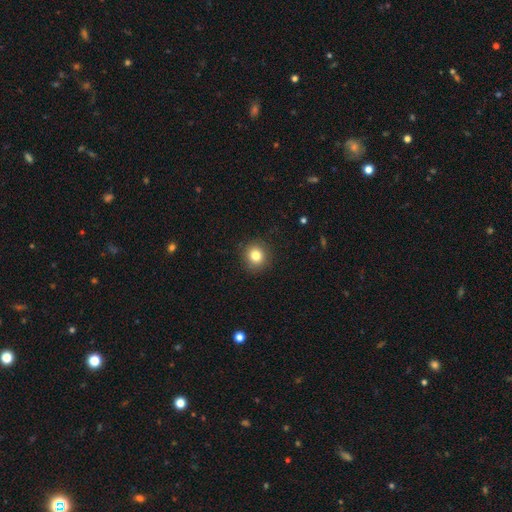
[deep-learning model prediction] Smooth or featured?
  - smooth: 82% *
  - star or artifact: 11%
  - featured or disk: 7%
How rounded?
  - round: 90% *
  - in between: 9%
  - cigar-shaped: 1%
Merging?
  - none: 90% *
  - minor disturbance: 7%
  - major disturbance: 2%
  - merger: 1%